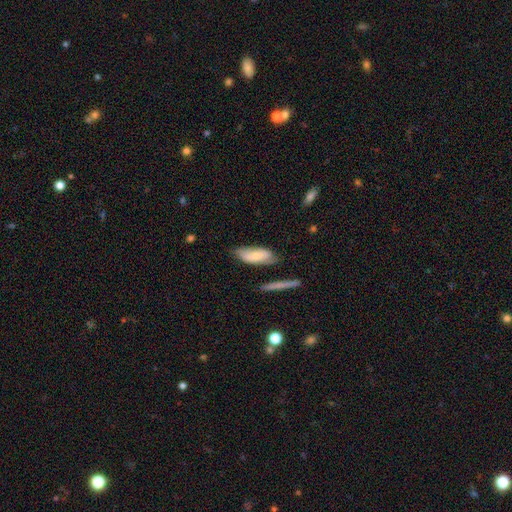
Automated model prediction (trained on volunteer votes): A smooth galaxy with no disk features (66%) that is in between round and cigar-shaped (71%). Merging: none (66%).